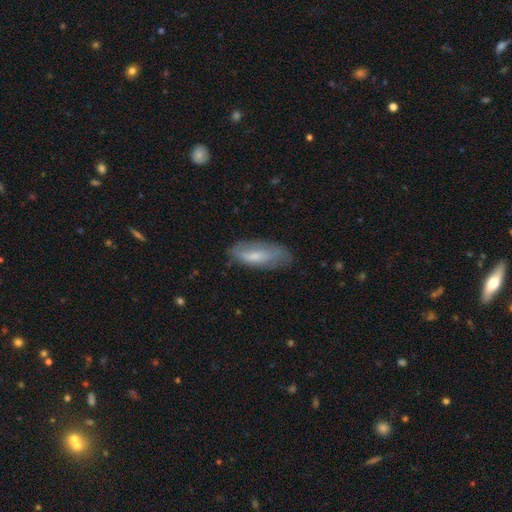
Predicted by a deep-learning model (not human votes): Smooth or featured?
  - smooth: 61% *
  - featured or disk: 32%
  - star or artifact: 7%
How rounded?
  - in between: 71% *
  - cigar-shaped: 27%
  - round: 2%
Merging?
  - none: 64% *
  - minor disturbance: 26%
  - major disturbance: 8%
  - merger: 2%